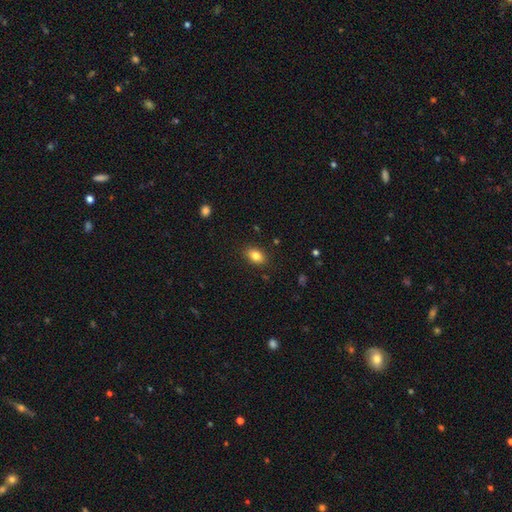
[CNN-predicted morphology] smooth-or-featured: smooth: 83% | star or artifact: 9% | featured or disk: 8%
  how-rounded: in between: 83% | round: 15% | cigar-shaped: 2%
  merging: none: 87% | minor disturbance: 9% | major disturbance: 2% | merger: 1%